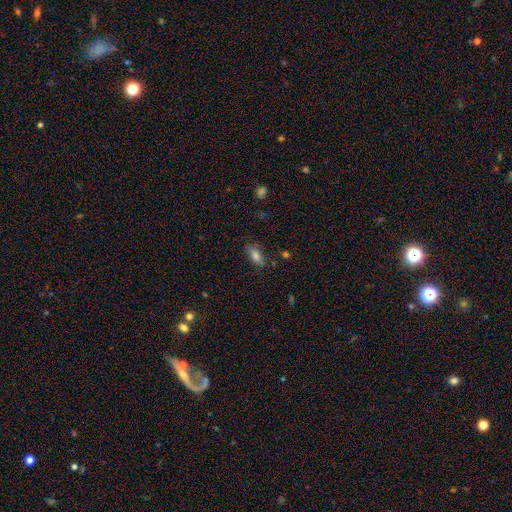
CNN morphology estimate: Smooth or featured? Predicted: smooth (p=0.80). How rounded? Predicted: in between (p=0.85). Merging? Predicted: none (p=0.81).